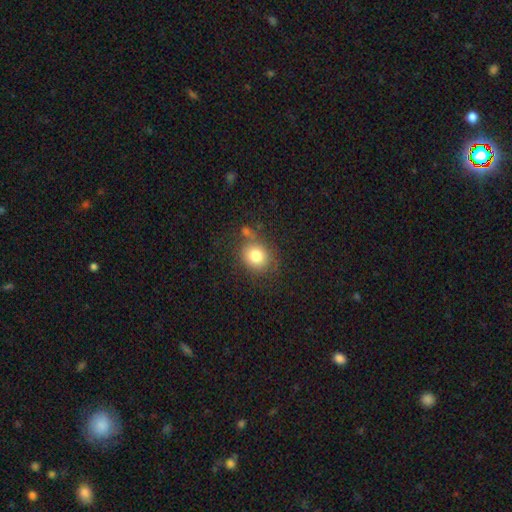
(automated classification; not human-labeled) The model was most divided on "how rounded": round: 72%, in between: 27%, cigar-shaped: 1%. More confident: smooth or featured — smooth (81%); merging — none (68%).